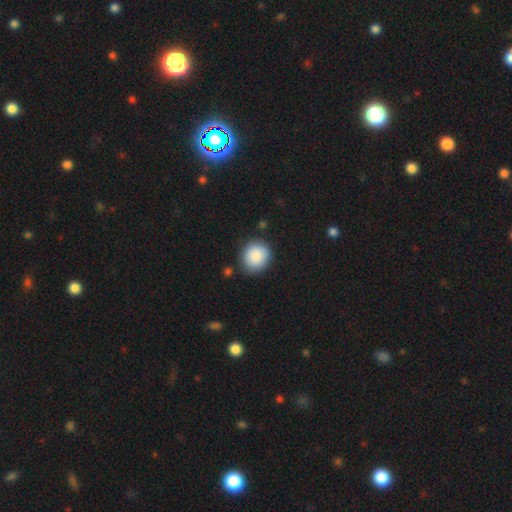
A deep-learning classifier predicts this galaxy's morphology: smooth 88%, star or artifact 7%, featured or disk 5%. Down the decision tree: how rounded — round (79%); merging — none (85%).